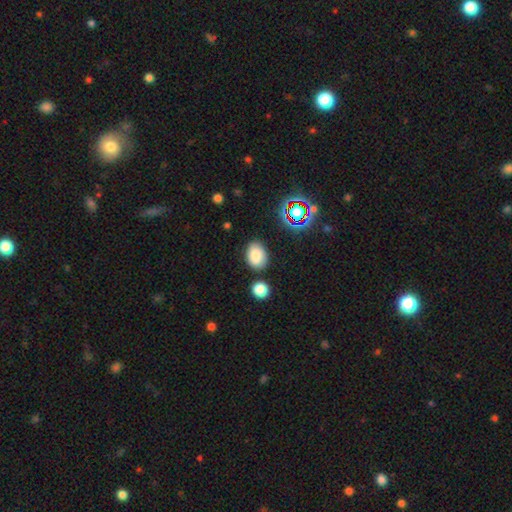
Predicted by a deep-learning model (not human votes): A smooth galaxy with no disk features (82%) that is in between round and cigar-shaped (80%). Merging: none (80%).